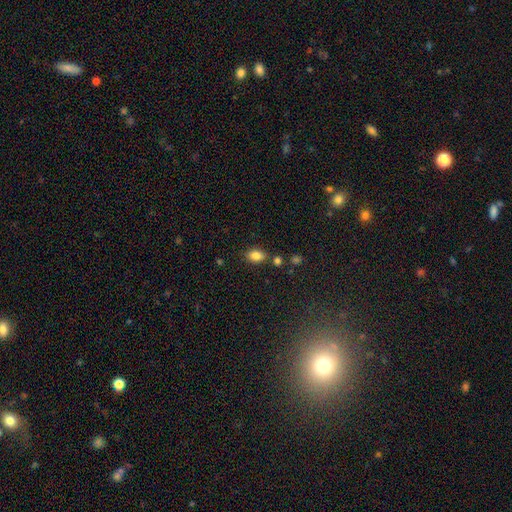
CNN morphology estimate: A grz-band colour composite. It shows a smooth galaxy with no disk features (83%) that is in between round and cigar-shaped (81%). Merging: none (76%).